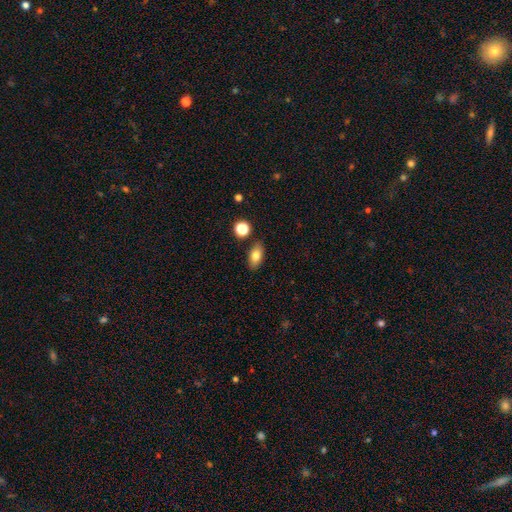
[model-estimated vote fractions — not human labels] The model was most divided on "smooth or featured": smooth: 79%, featured or disk: 12%, star or artifact: 9%. More confident: how rounded — in between (86%); merging — none (86%).